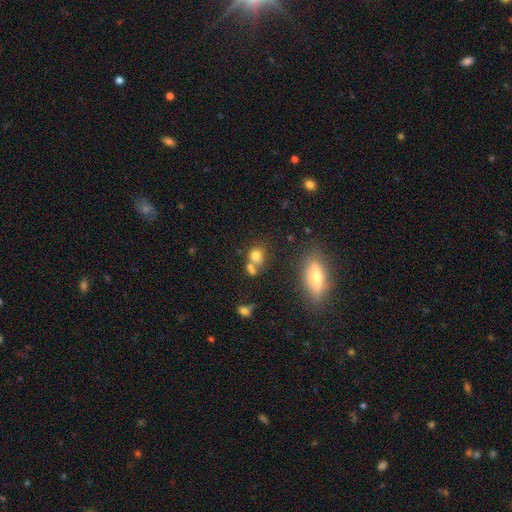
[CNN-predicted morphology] This is likely a smooth galaxy (75%). How rounded: likely round (62%). Merging: possibly none (46%).